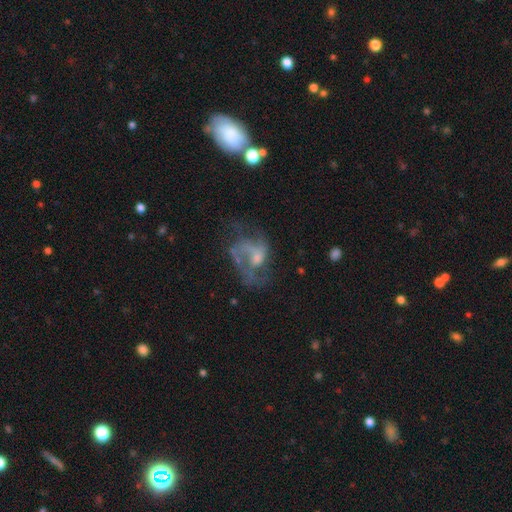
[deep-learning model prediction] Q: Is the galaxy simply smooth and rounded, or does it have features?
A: featured or disk — 69%.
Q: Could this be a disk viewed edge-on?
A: no — 97%.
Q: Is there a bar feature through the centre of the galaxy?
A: no — 64%.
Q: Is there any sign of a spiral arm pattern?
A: yes — 72%.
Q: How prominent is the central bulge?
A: small — 37%.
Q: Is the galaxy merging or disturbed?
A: none — 39%.